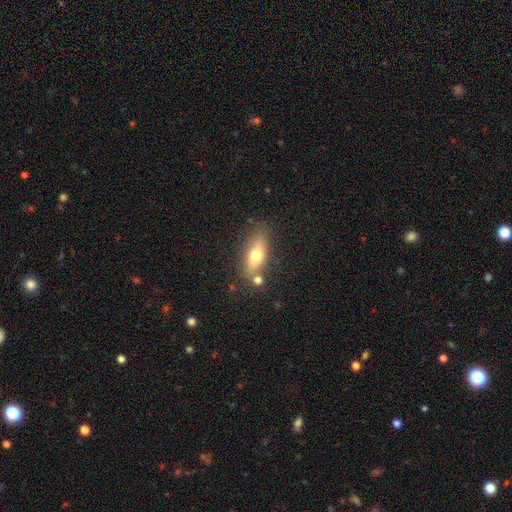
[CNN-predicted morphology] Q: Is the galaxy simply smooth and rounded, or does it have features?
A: smooth — 69%.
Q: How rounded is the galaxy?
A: in between — 71%.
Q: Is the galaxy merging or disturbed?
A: none — 69%.